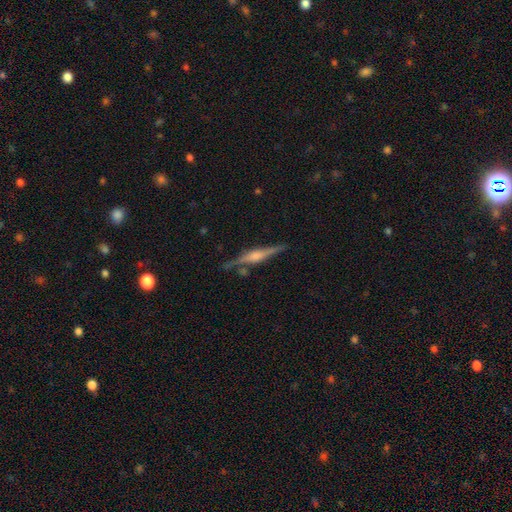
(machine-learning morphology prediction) Overall: featured or disk (79%). Edge-on disk: yes (98%). Edge-on bulge: rounded (71%). Merging: none (82%).